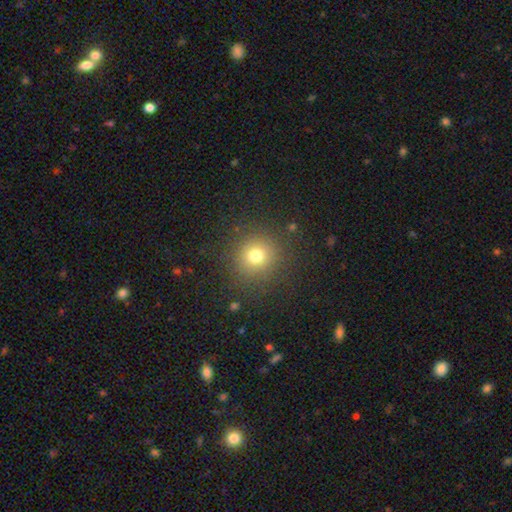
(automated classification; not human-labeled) smooth-or-featured: smooth: 74% | star or artifact: 18% | featured or disk: 8%
  how-rounded: round: 92% | in between: 7% | cigar-shaped: 1%
  merging: none: 87% | minor disturbance: 7% | major disturbance: 4% | merger: 1%